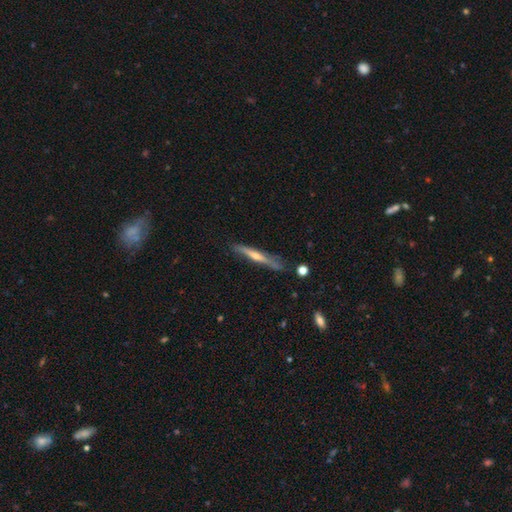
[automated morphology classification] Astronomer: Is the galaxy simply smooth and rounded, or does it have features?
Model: featured or disk — 66%.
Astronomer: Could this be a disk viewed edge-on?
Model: yes — 96%.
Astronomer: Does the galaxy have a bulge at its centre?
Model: rounded — 75%.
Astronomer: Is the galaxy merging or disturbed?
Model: none — 81%.